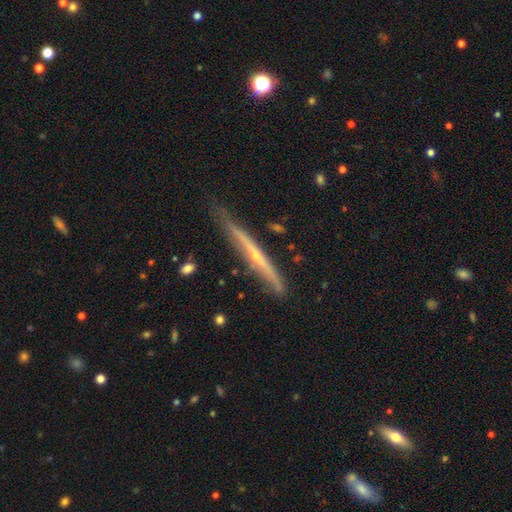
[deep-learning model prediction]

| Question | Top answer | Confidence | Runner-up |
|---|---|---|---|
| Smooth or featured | featured or disk | 75% | smooth (19%) |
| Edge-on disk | yes | 96% | no (4%) |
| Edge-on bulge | rounded | 65% | none (32%) |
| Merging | none | 76% | minor disturbance (20%) |